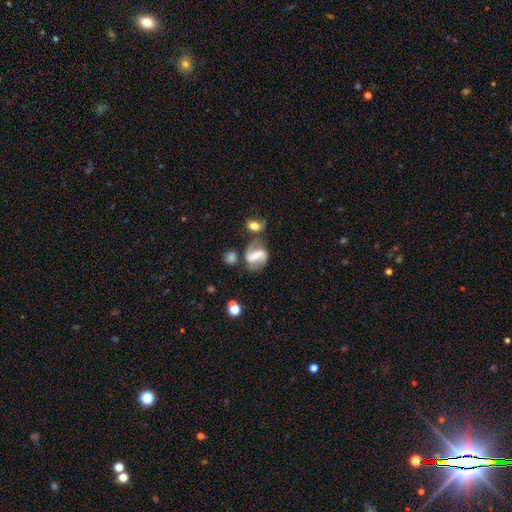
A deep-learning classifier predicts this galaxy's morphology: Q: Smooth or featured?
A: featured or disk (71%); runner-up: smooth (21%)
Q: Edge-on disk?
A: no (96%); runner-up: yes (4%)
Q: Bar?
A: strong (55%); runner-up: weak (30%)
Q: Spiral arms?
A: yes (86%); runner-up: no (14%)
Q: Spiral winding?
A: medium (42%); tied with: loose (42%)
Q: Spiral arm count?
A: 2 (89%); runner-up: can't tell (5%)
Q: Bulge size?
A: small (40%); runner-up: moderate (37%)
Q: Merging?
A: none (57%); runner-up: minor disturbance (17%)